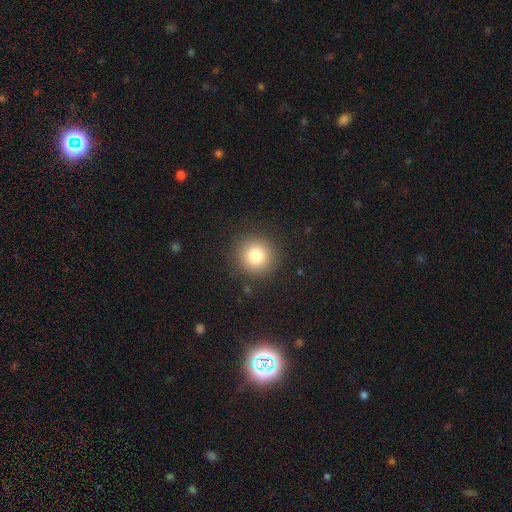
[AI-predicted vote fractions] A smooth galaxy with no disk features (81%) that is round (95%). Merging: none (90%).